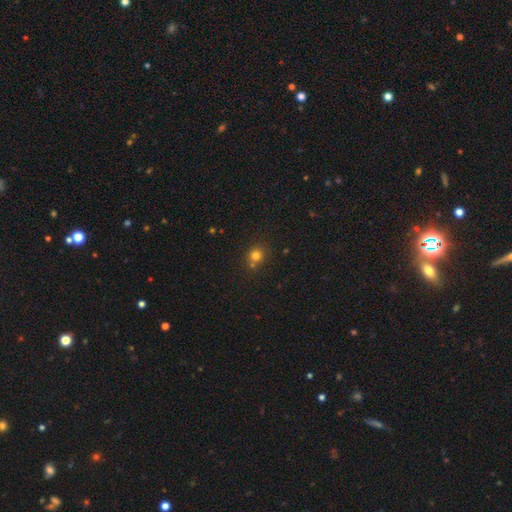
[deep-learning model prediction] Overall: smooth (77%). How rounded: round (84%). Merging: none (69%).